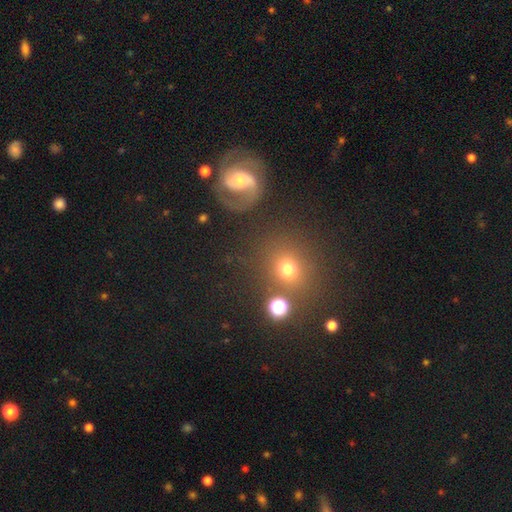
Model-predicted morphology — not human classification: type=smooth (41%); merging=none (68%).